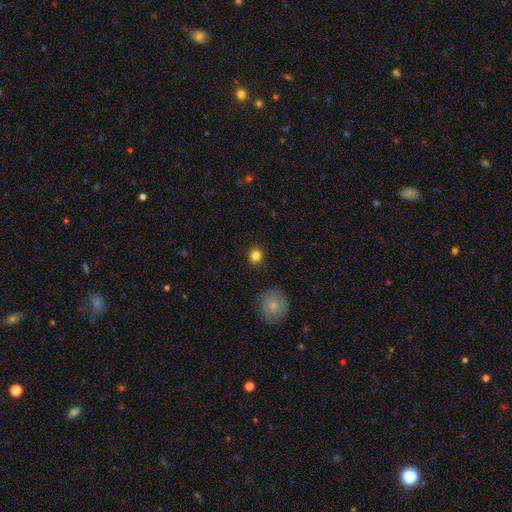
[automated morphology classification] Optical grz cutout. It shows a smooth galaxy with no disk features (83%) that is round (87%). Merging: none (89%).